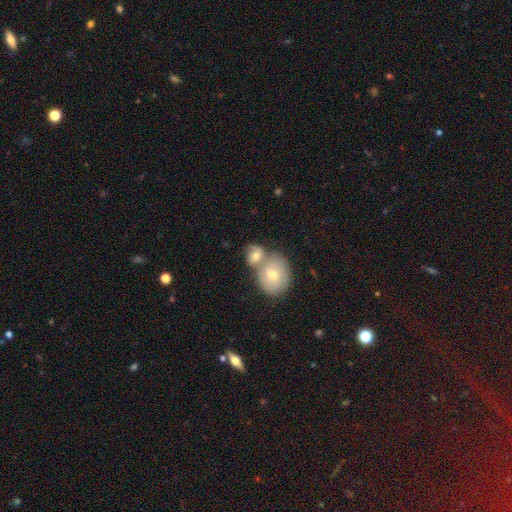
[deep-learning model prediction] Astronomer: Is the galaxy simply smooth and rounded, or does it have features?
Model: smooth — 60%.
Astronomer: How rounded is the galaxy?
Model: round — 53% (runner-up: in between, 45%).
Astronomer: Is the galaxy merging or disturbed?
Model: merger — 59%.